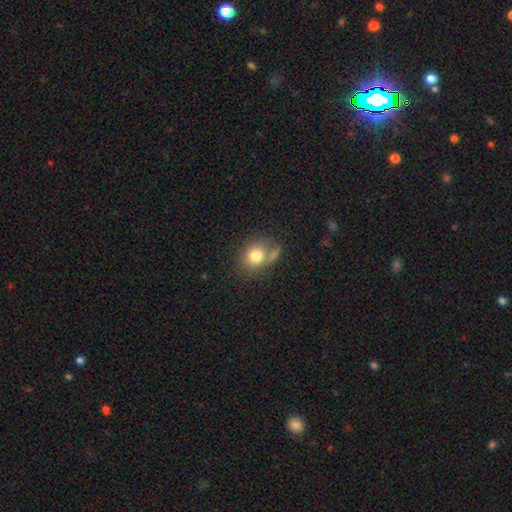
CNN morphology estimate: A smooth galaxy with no disk features (79%) that is round (59%). Merging: none (55%).